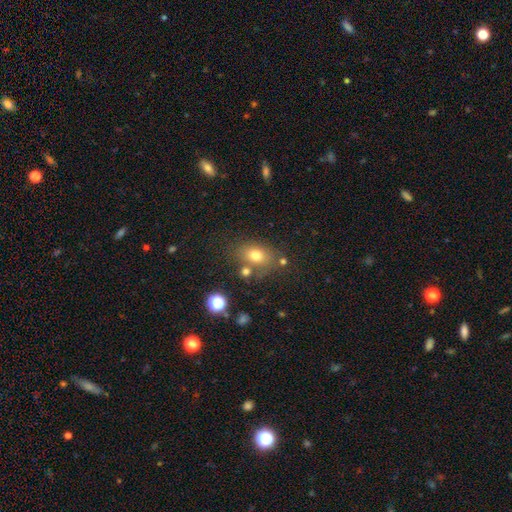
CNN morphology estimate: This is likely a smooth galaxy (73%). How rounded: likely in between (69%). Merging: likely none (67%).